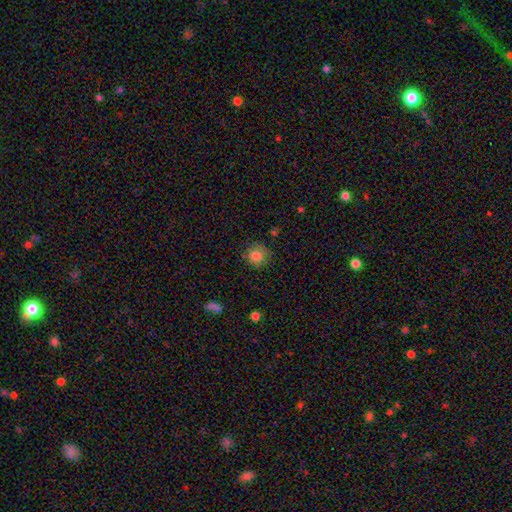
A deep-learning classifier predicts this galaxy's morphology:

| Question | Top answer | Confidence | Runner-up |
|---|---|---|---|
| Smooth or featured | smooth | 82% | star or artifact (11%) |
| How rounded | round | 87% | in between (12%) |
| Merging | none | 75% | minor disturbance (18%) |